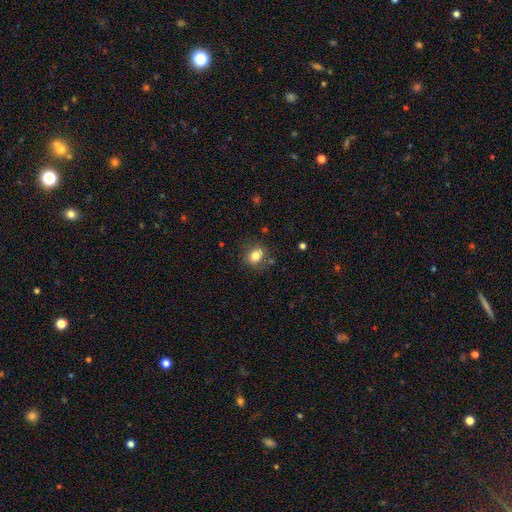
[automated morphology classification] Overall: smooth (80%). How rounded: round (53%; in between 46%). Merging: none (75%).